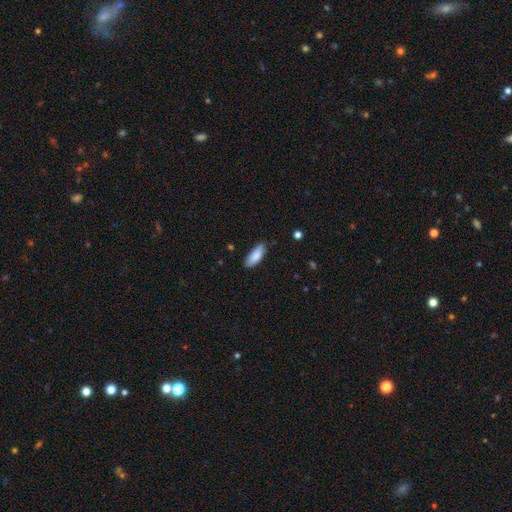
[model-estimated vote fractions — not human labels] smooth 86%, featured or disk 8%, star or artifact 6%. Down the decision tree: how rounded — in between (70%); merging — none (79%).